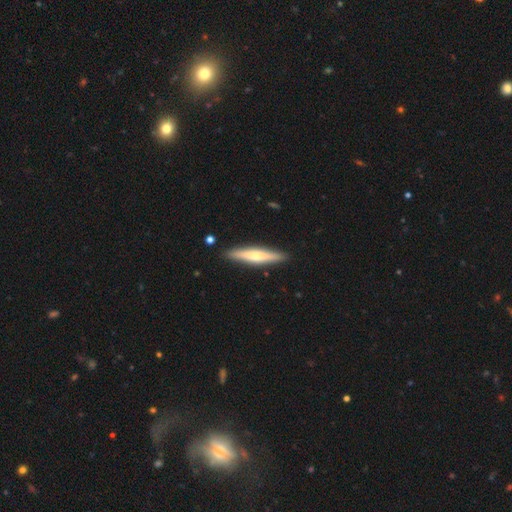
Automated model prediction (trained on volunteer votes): This is possibly a smooth galaxy (49%). Merging: clearly none (90%).